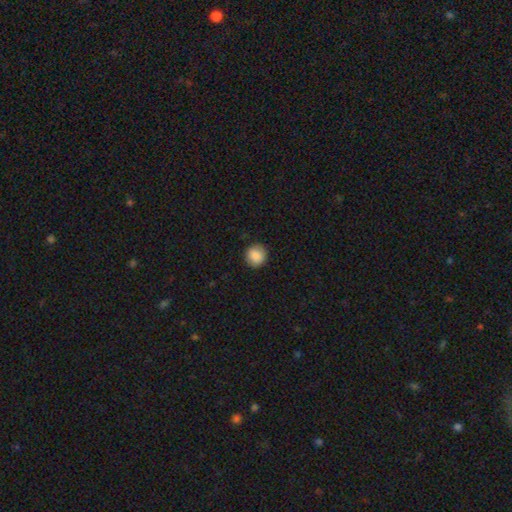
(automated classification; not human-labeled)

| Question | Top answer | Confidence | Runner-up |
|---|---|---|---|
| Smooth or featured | smooth | 88% | star or artifact (8%) |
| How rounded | round | 92% | in between (7%) |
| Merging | none | 91% | minor disturbance (7%) |